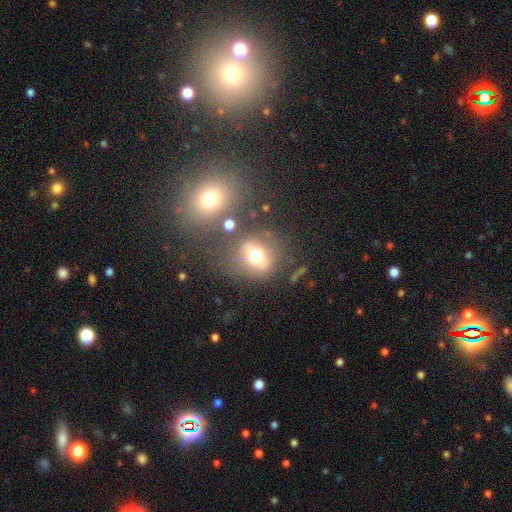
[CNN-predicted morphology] type=smooth (62%); roundness=round (69%); merging=none (65%).